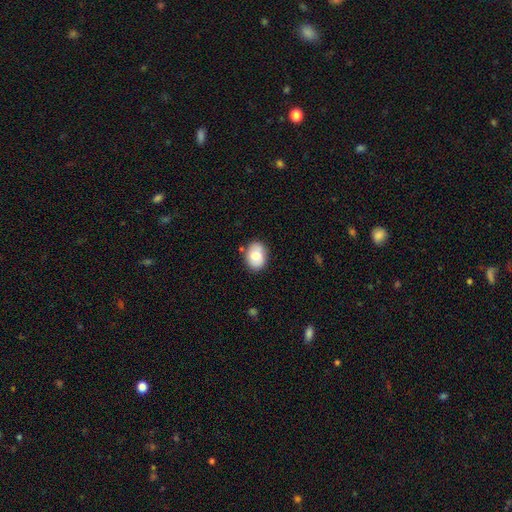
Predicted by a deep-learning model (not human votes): Smooth or featured?
  - smooth: 79% *
  - featured or disk: 13%
  - star or artifact: 7%
How rounded?
  - in between: 71% *
  - round: 28%
  - cigar-shaped: 1%
Merging?
  - none: 80% *
  - minor disturbance: 14%
  - merger: 3%
  - major disturbance: 3%